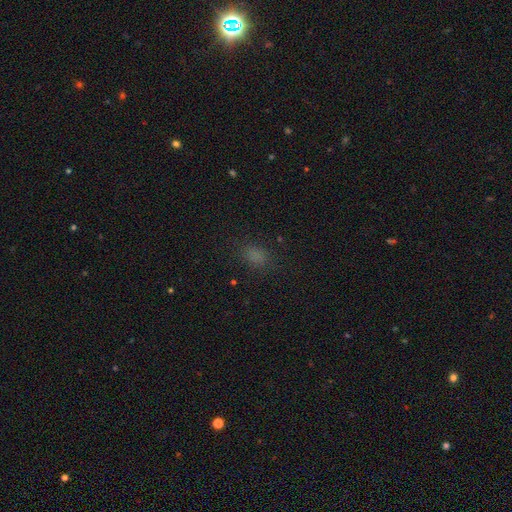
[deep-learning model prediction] Morphology: type=smooth (75%); roundness=in between (69%); merging=none (79%).